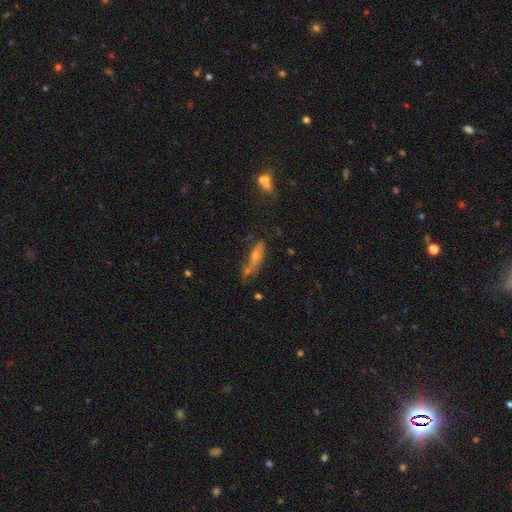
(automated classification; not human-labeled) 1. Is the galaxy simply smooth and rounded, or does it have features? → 43% smooth, 40% featured or disk, 17% star or artifact.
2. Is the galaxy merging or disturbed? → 44% none, 23% minor disturbance, 17% merger, 16% major disturbance.